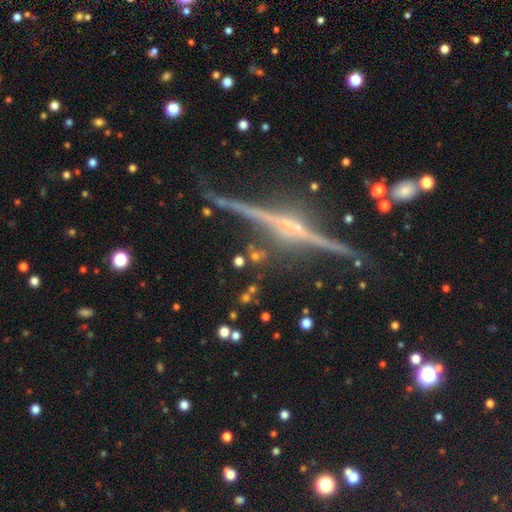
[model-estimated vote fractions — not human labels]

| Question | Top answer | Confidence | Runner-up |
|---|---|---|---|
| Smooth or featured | star or artifact | 37% | featured or disk (35%) |